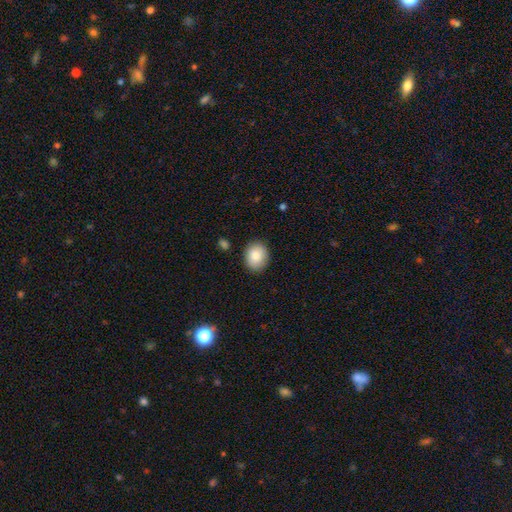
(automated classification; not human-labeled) smooth 84%, featured or disk 8%, star or artifact 8%. Down the decision tree: how rounded — in between (55%); merging — none (87%).